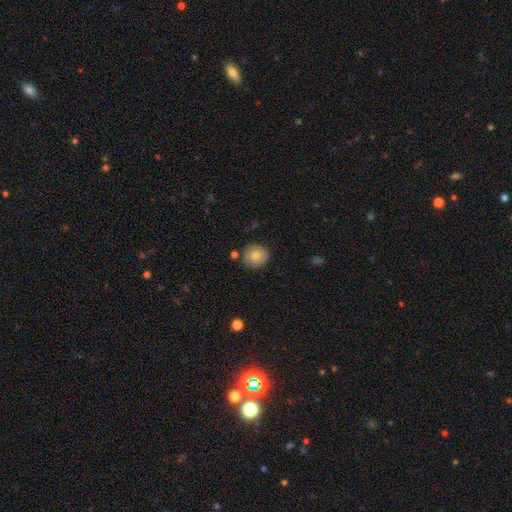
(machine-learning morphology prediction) Q: Smooth or featured?
A: smooth (80%); runner-up: featured or disk (11%)
Q: How rounded?
A: round (87%); runner-up: in between (12%)
Q: Merging?
A: none (83%); runner-up: minor disturbance (11%)